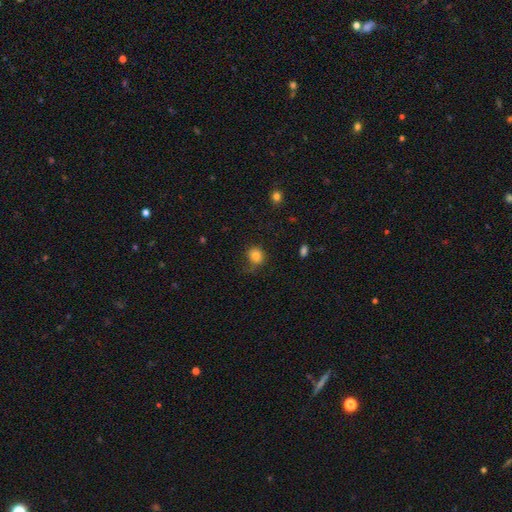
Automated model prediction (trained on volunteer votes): Smooth or featured? smooth (83%)
How rounded? round (73%)
Merging? none (64%)